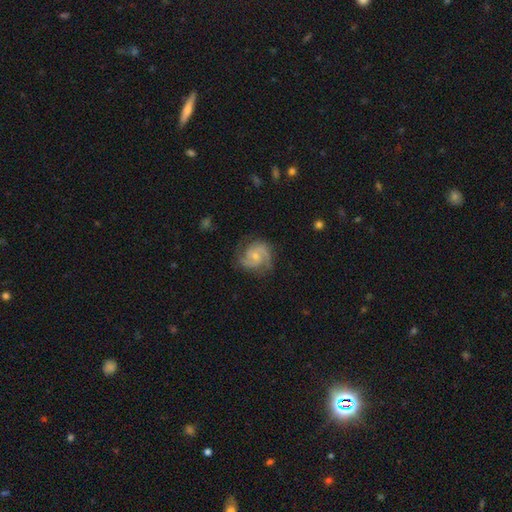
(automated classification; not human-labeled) Overall: featured or disk (86%). Edge-on disk: no (98%). Bar: no (66%; weak 29%). Spiral arms: yes (97%). Spiral arm count: 2 (67%). Spiral winding: medium (52%; tight 35%). Bulge size: small (61%; moderate 33%). Merging: none (75%).